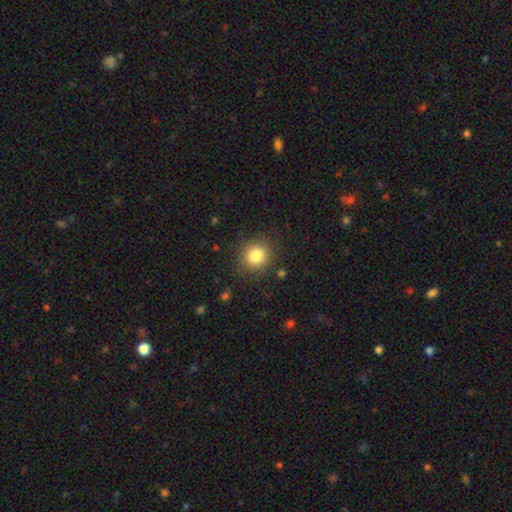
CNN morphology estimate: A smooth galaxy with no disk features (83%) that is round (90%).

Vote fractions:
- Smooth or featured? smooth: 83% / star or artifact: 11% / featured or disk: 6%
- How rounded? round: 90% / in between: 9% / cigar-shaped: 1%
- Merging? none: 87% / minor disturbance: 9% / major disturbance: 3% / merger: 1%